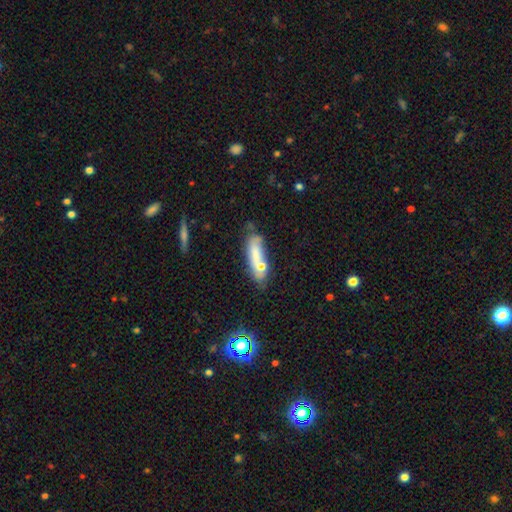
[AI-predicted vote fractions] Q: Smooth or featured?
A: smooth (67%); runner-up: featured or disk (24%)
Q: How rounded?
A: in between (54%); runner-up: cigar-shaped (43%)
Q: Merging?
A: none (48%); runner-up: minor disturbance (22%)